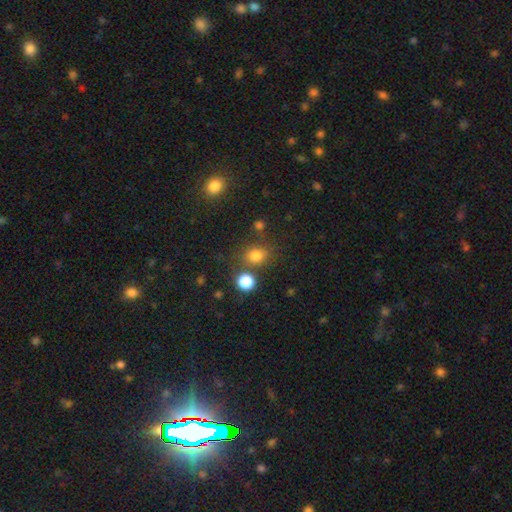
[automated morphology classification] smooth 78%, star or artifact 16%, featured or disk 6%. Down the decision tree: how rounded — round (61%); merging — none (70%).